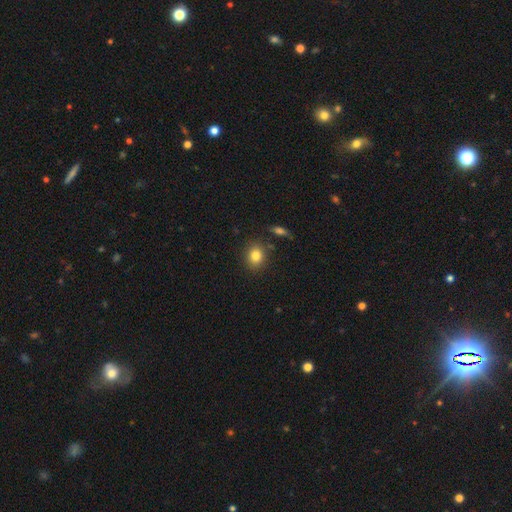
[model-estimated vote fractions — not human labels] Smooth or featured: smooth — 83% (star or artifact — 10%)
How rounded: round — 65% (in between — 34%)
Merging: none — 84% (minor disturbance — 10%)